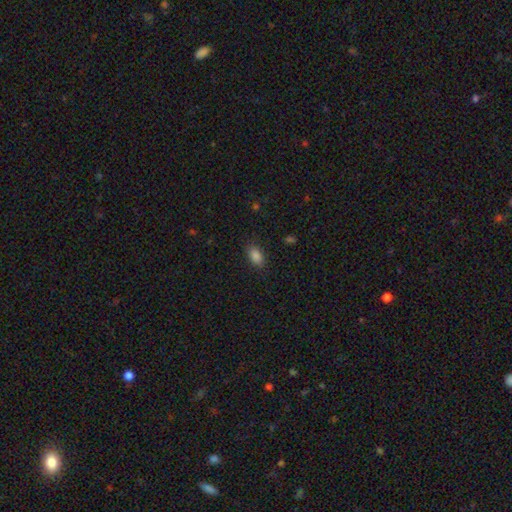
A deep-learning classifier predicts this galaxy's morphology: Overall: smooth (86%). How rounded: in between (90%). Merging: none (86%).